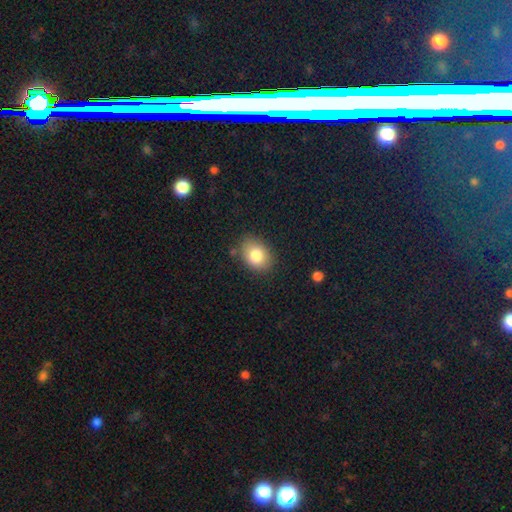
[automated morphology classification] This is clearly a smooth galaxy (82%). How rounded: likely in between (66%). Merging: likely none (80%).